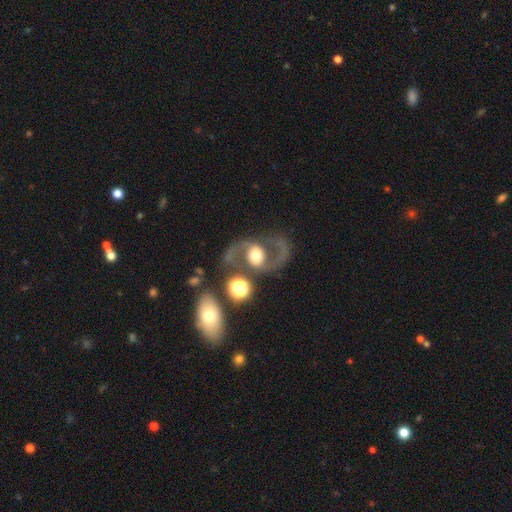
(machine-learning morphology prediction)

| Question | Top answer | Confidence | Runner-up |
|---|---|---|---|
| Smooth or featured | featured or disk | 82% | smooth (12%) |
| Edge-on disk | no | 97% | yes (3%) |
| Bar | no | 53% | weak (32%) |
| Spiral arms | yes | 89% | no (11%) |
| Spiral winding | loose | 52% | medium (41%) |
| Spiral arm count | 2 | 93% | 1 (2%) |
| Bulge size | moderate | 53% | large (34%) |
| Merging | none | 68% | minor disturbance (13%) |